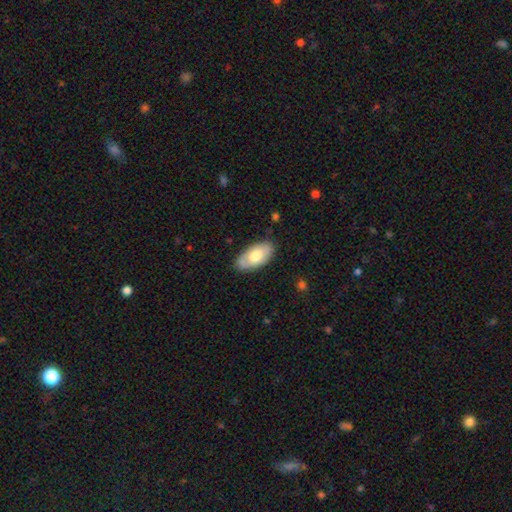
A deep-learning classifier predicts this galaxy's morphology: smooth-or-featured: smooth: 61% | featured or disk: 34% | star or artifact: 5%
  how-rounded: in between: 94% | round: 3% | cigar-shaped: 3%
  merging: none: 81% | minor disturbance: 14% | major disturbance: 3% | merger: 1%